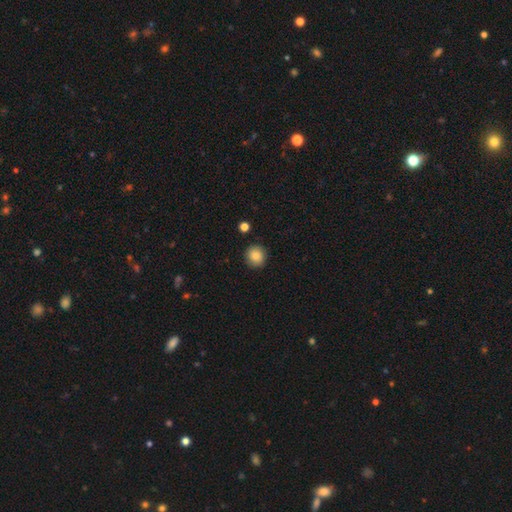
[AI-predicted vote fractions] The model was most divided on "smooth or featured": smooth: 85%, star or artifact: 9%, featured or disk: 6%. More confident: how rounded — round (89%); merging — none (88%).